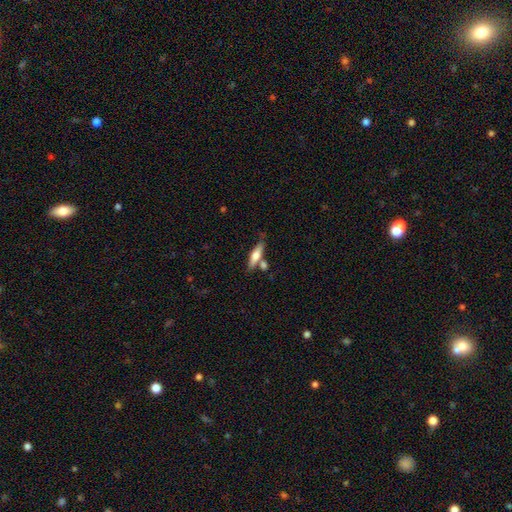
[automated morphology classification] A smooth galaxy with no disk features (51%) that is cigar-shaped (73%).

Vote fractions:
- Smooth or featured? smooth: 51% / featured or disk: 42% / star or artifact: 6%
- How rounded? cigar-shaped: 73% / in between: 24% / round: 3%
- Merging? none: 66% / merger: 18% / minor disturbance: 13% / major disturbance: 4%